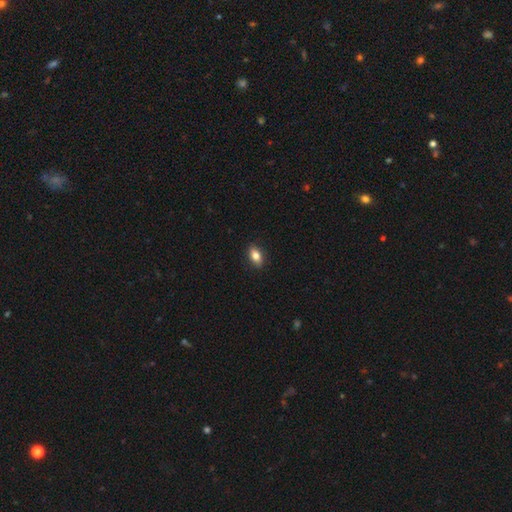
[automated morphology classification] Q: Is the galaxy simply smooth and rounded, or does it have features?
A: smooth — 79%.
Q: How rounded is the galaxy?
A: in between — 86%.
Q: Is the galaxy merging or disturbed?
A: none — 88%.